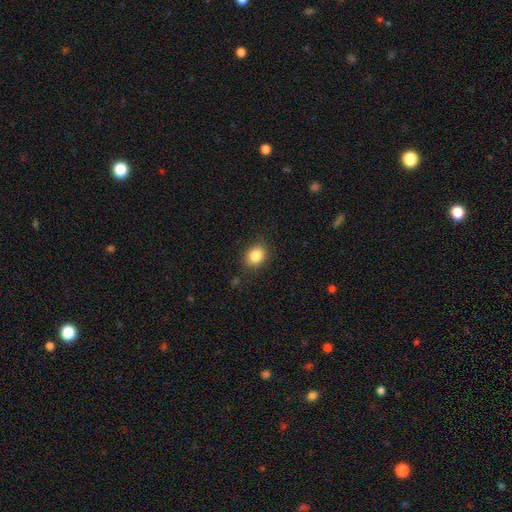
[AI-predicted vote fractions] A smooth galaxy with no disk features (85%) that is round (52%).

Vote fractions:
- Smooth or featured? smooth: 85% / star or artifact: 10% / featured or disk: 6%
- How rounded? round: 52% / in between: 47% / cigar-shaped: 1%
- Merging? none: 87% / minor disturbance: 10% / major disturbance: 3% / merger: 1%